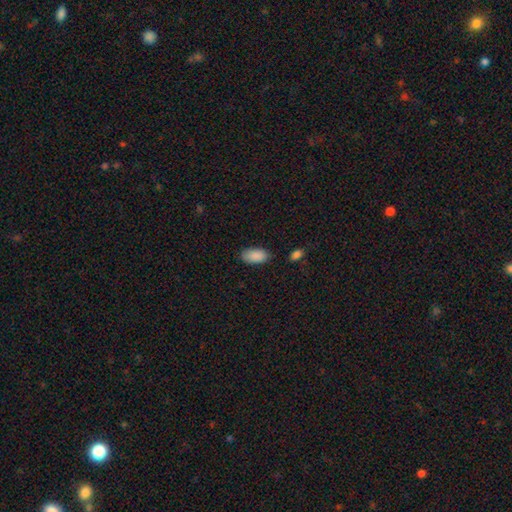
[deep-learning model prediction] Q: Smooth or featured?
A: smooth (89%); runner-up: star or artifact (7%)
Q: How rounded?
A: in between (94%); runner-up: cigar-shaped (4%)
Q: Merging?
A: none (80%); runner-up: minor disturbance (14%)